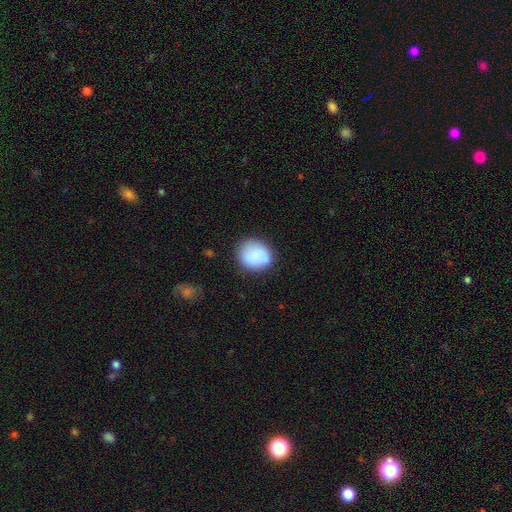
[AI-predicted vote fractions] Overall: smooth (86%). How rounded: round (76%). Merging: none (78%).